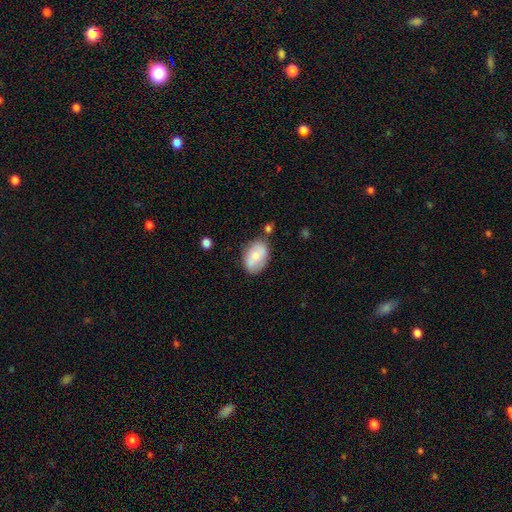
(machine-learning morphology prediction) Smooth or featured? smooth (71%)
How rounded? in between (88%)
Merging? none (70%)